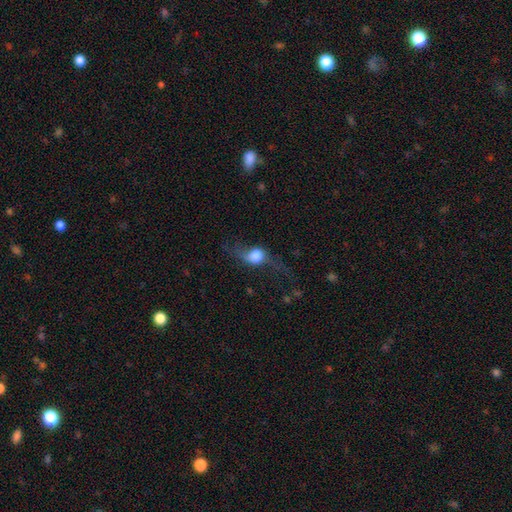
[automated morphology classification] type=featured or disk (50%); edge-on=no (64%); merging=none (48%).